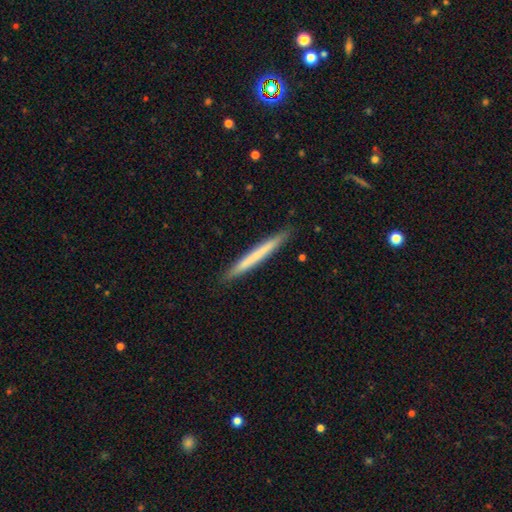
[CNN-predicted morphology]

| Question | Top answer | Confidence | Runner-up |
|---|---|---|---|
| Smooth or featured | smooth | 60% | featured or disk (35%) |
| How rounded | cigar-shaped | 97% | in between (2%) |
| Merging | none | 91% | minor disturbance (7%) |